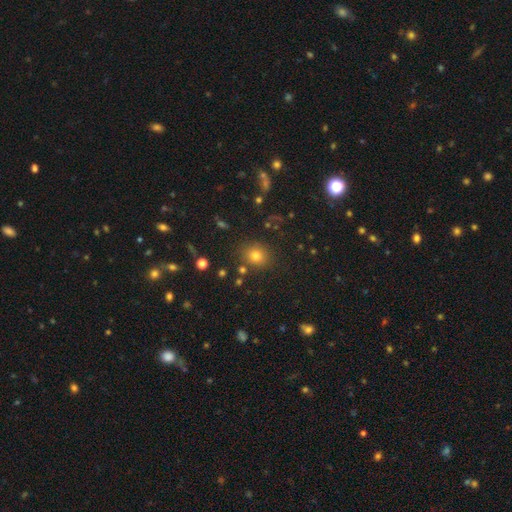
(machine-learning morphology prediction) A smooth galaxy with no disk features (73%) that is round (76%).

Vote fractions:
- Smooth or featured? smooth: 73% / star or artifact: 19% / featured or disk: 8%
- How rounded? round: 76% / in between: 23% / cigar-shaped: 1%
- Merging? none: 85% / minor disturbance: 9% / merger: 4% / major disturbance: 3%